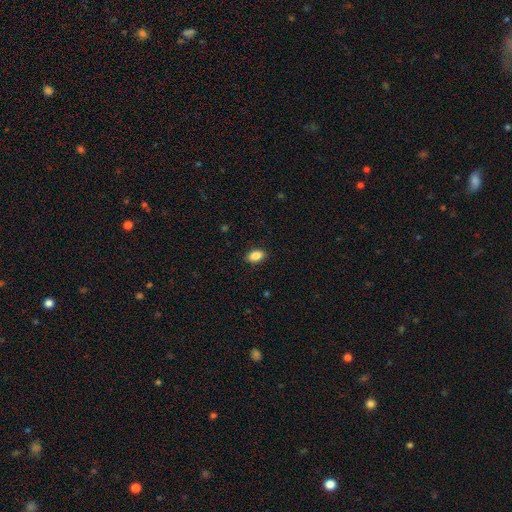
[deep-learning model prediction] smooth-or-featured: smooth: 86% | star or artifact: 8% | featured or disk: 6%
  how-rounded: in between: 88% | round: 9% | cigar-shaped: 2%
  merging: none: 88% | minor disturbance: 9% | major disturbance: 2% | merger: 1%